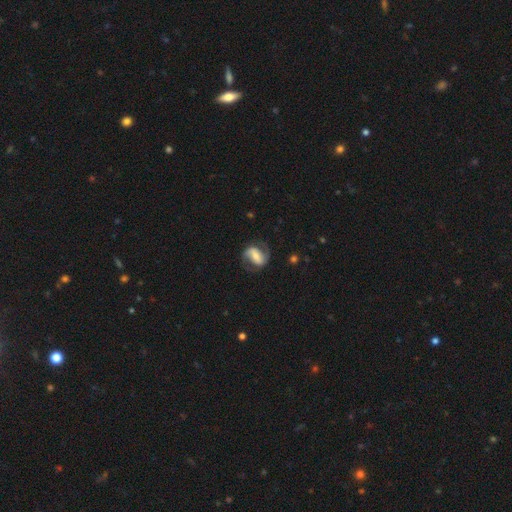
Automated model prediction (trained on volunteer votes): Morphology: type=featured or disk (77%); edge-on=no (97%); bar=strong (45%); spiral arms=yes (93%); winding=medium (50%); arm count=2 (91%); bulge=moderate (39%); merging=none (74%).